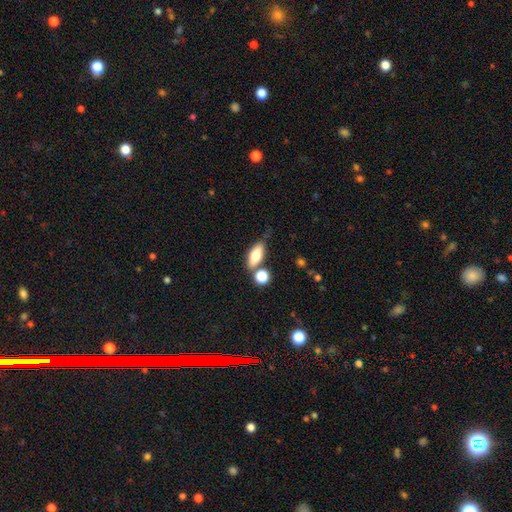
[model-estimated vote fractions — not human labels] Smooth or featured? Predicted: smooth (p=0.72). How rounded? Predicted: in between (p=0.79). Merging? Predicted: none (p=0.60).